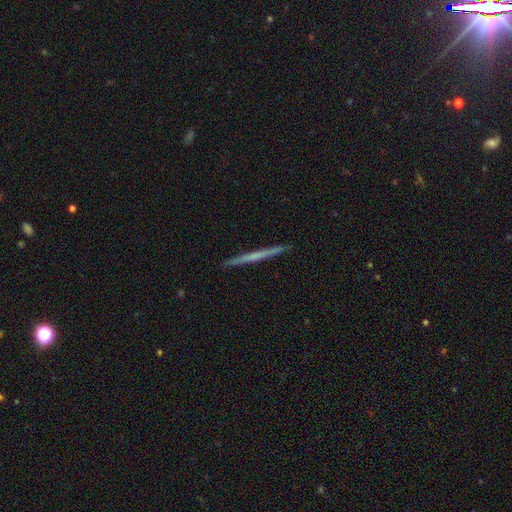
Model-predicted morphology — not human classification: smooth-or-featured: featured or disk: 54% | smooth: 41% | star or artifact: 5%
  disk-edge-on: yes: 98% | no: 2%
    edge-on-bulge: none: 84% | rounded: 12% | boxy: 4%
  merging: none: 93% | minor disturbance: 5% | major disturbance: 1% | merger: 1%